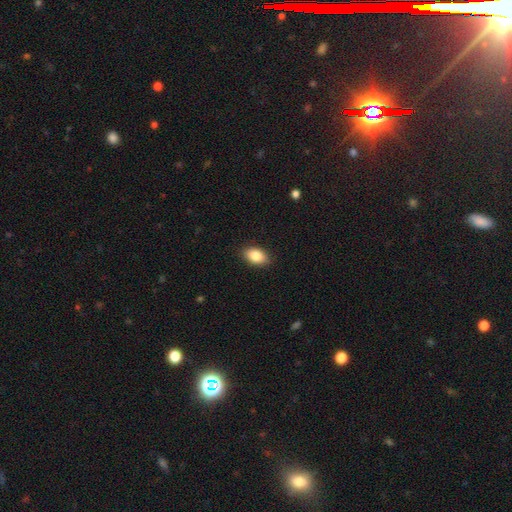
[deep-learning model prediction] Overall: smooth (86%). How rounded: in between (90%). Merging: none (89%).